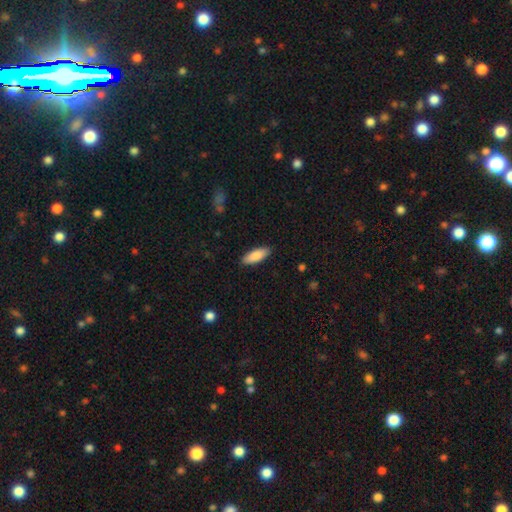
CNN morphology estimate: Smooth or featured? smooth (87%)
How rounded? in between (69%)
Merging? none (89%)